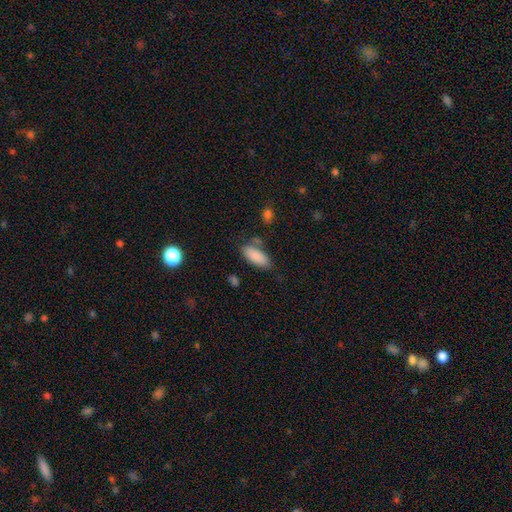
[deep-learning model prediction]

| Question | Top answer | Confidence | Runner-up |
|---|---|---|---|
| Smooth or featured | smooth | 87% | star or artifact (7%) |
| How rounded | in between | 86% | cigar-shaped (12%) |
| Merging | none | 66% | minor disturbance (19%) |